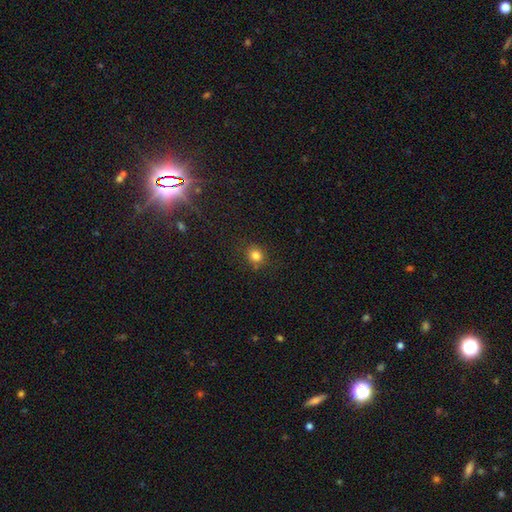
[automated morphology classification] Smooth or featured: smooth — 81% (star or artifact — 14%)
How rounded: round — 82% (in between — 18%)
Merging: none — 83% (minor disturbance — 11%)